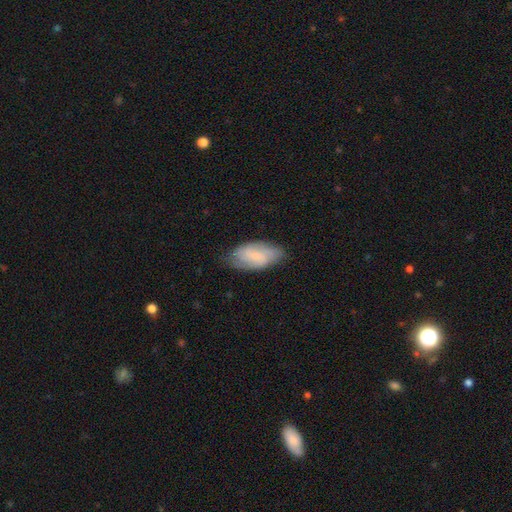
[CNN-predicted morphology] Q: Smooth or featured?
A: featured or disk (52%); runner-up: smooth (41%)
Q: Edge-on disk?
A: no (94%); runner-up: yes (6%)
Q: Merging?
A: none (73%); runner-up: minor disturbance (22%)